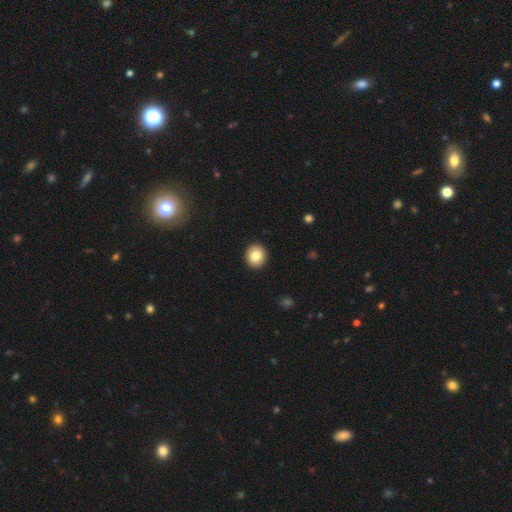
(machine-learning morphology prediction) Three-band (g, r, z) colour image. It shows a smooth galaxy with no disk features (82%) that is round (76%). Merging: none (92%).